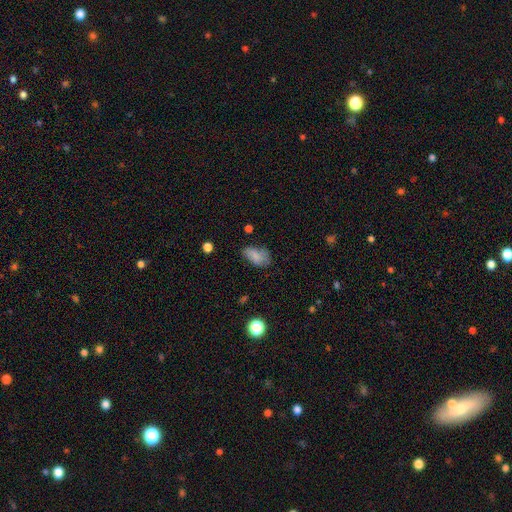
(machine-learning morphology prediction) type=smooth (79%); roundness=in between (91%); merging=none (57%).